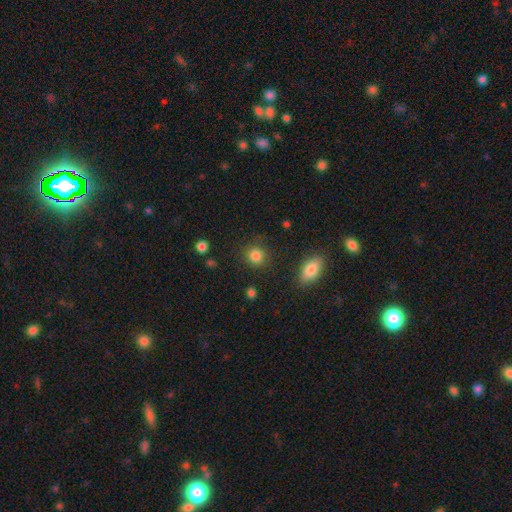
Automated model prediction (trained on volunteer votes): Morphology: type=smooth (85%); roundness=round (85%); merging=none (85%).